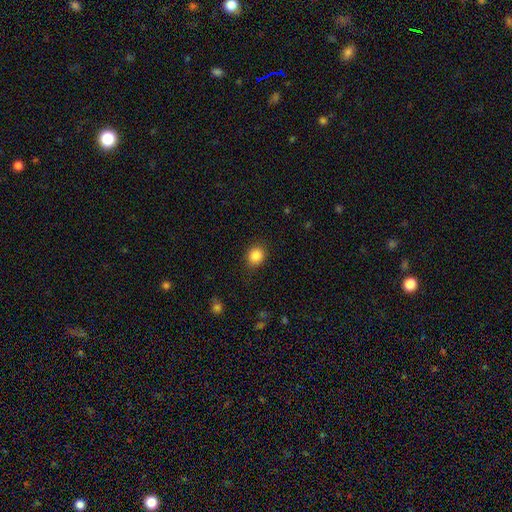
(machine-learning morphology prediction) smooth_or_featured: smooth (p=0.86) [alt: star or artifact p=0.10]
how_rounded: round (p=0.73) [alt: in between p=0.26]
merging: none (p=0.86) [alt: minor disturbance p=0.10]